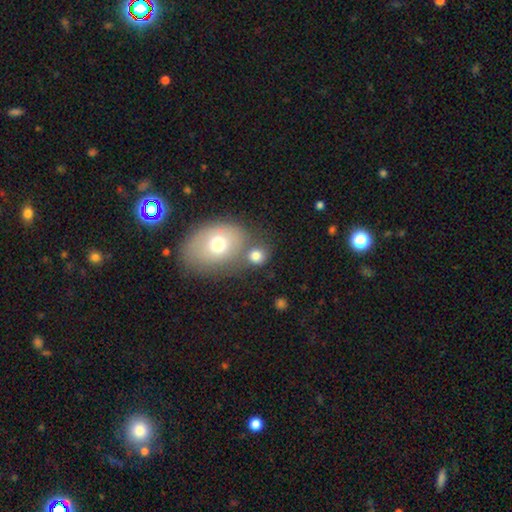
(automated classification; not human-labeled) smooth-or-featured: smooth: 78% | star or artifact: 11% | featured or disk: 11%
  how-rounded: round: 73% | in between: 26% | cigar-shaped: 1%
  merging: none: 54% | merger: 30% | minor disturbance: 10% | major disturbance: 5%